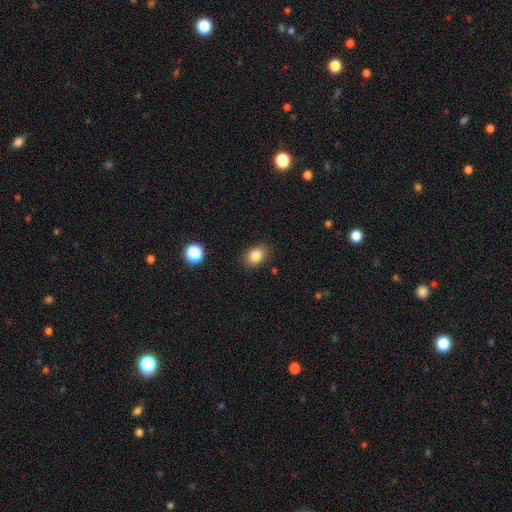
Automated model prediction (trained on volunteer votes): This appears to be a smooth galaxy with no disk features (84%) that is in between round and cigar-shaped (65%). Merging: none (85%).